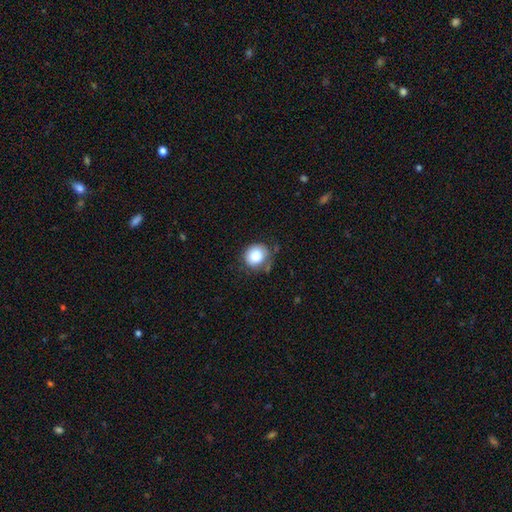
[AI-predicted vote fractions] A smooth galaxy with no disk features (84%) that is round (83%).

Vote fractions:
- Smooth or featured? smooth: 84% / star or artifact: 8% / featured or disk: 8%
- How rounded? round: 83% / in between: 16% / cigar-shaped: 1%
- Merging? none: 61% / minor disturbance: 26% / major disturbance: 10% / merger: 3%